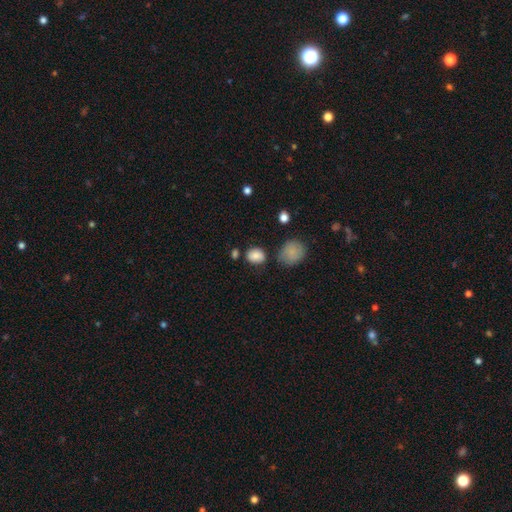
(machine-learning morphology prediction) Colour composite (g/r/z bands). It shows a smooth galaxy with no disk features (84%) that is in between round and cigar-shaped (51%). Merging: none (72%).